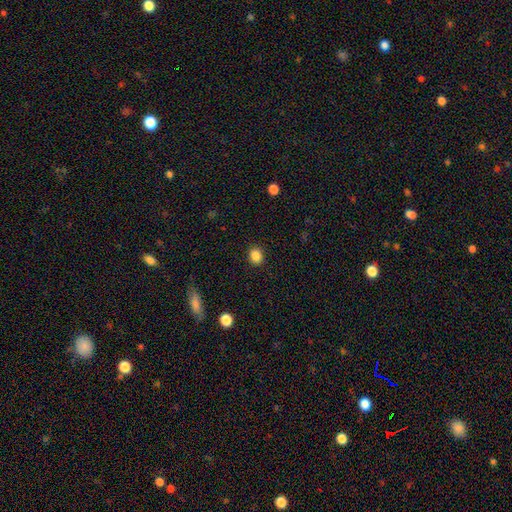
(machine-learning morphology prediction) smooth-or-featured: smooth: 86% | star or artifact: 10% | featured or disk: 4%
  how-rounded: round: 64% | in between: 35% | cigar-shaped: 1%
  merging: none: 90% | minor disturbance: 7% | major disturbance: 2% | merger: 1%